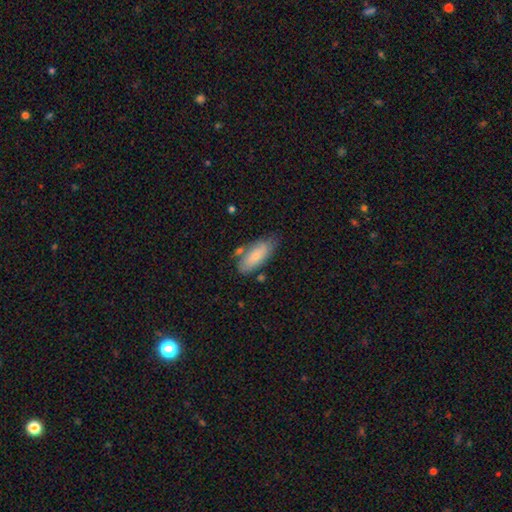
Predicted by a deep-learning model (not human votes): smooth_or_featured: smooth (p=0.78) [alt: featured or disk p=0.16]
how_rounded: in between (p=0.79) [alt: cigar-shaped p=0.19]
merging: none (p=0.66) [alt: minor disturbance p=0.22]